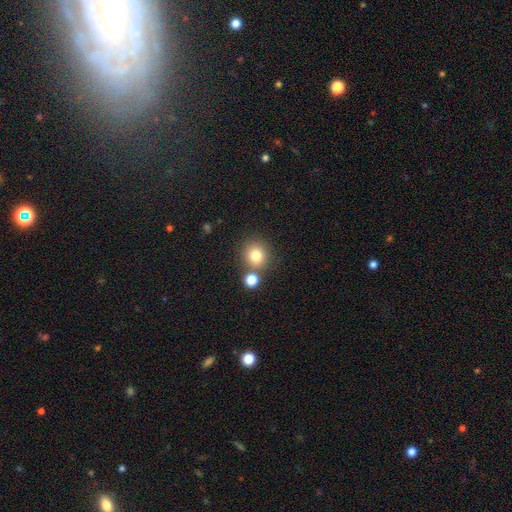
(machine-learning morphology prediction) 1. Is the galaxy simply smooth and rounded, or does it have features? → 80% smooth, 13% star or artifact, 8% featured or disk.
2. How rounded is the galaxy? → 90% round, 9% in between, 1% cigar-shaped.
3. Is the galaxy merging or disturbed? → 73% none, 16% merger, 8% minor disturbance, 3% major disturbance.